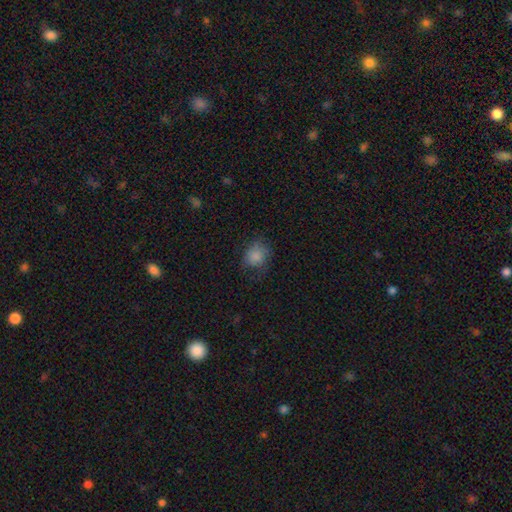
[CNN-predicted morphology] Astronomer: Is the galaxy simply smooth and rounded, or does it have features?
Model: smooth — 82%.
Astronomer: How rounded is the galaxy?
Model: round — 61% (runner-up: in between, 38%).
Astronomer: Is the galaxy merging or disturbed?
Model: none — 63%.